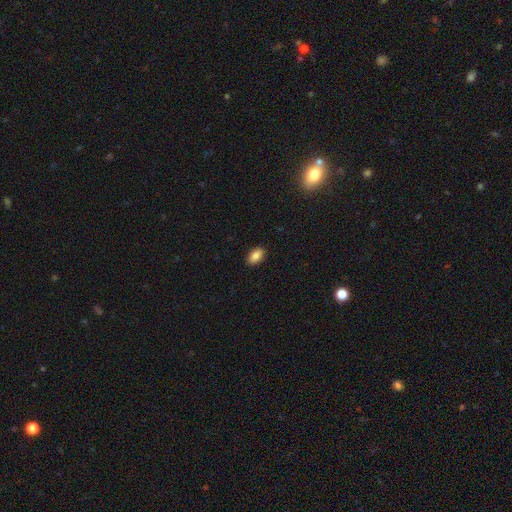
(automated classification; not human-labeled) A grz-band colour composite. It shows a smooth galaxy with no disk features (86%) that is in between round and cigar-shaped (92%). Merging: none (90%).